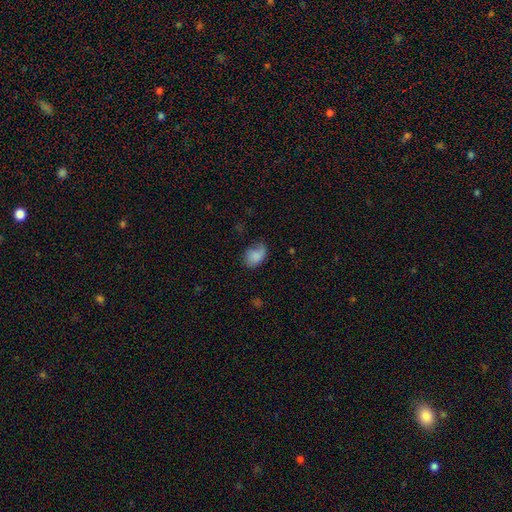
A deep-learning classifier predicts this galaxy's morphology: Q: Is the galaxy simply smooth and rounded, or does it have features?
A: smooth — 78%.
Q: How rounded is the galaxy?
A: in between — 72%.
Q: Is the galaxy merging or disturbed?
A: none — 51%.